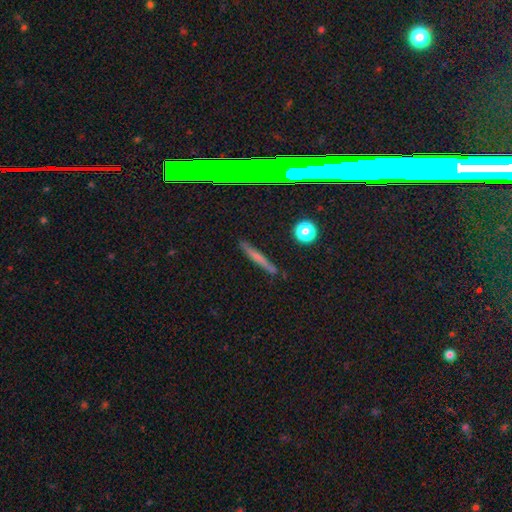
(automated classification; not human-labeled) Smooth or featured? smooth (51%)
How rounded? cigar-shaped (93%)
Merging? none (86%)